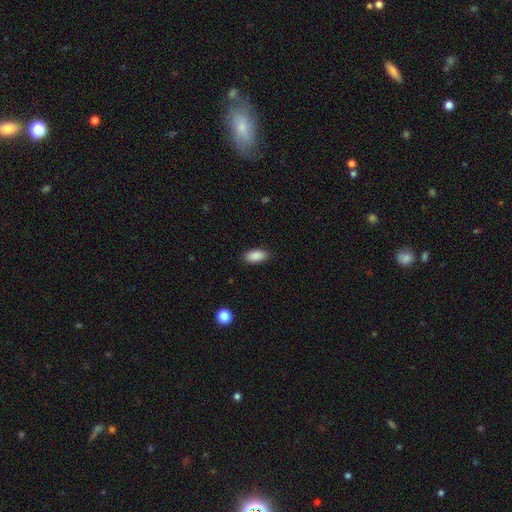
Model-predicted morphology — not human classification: This appears to be a smooth galaxy with no disk features (90%) that is in between round and cigar-shaped (91%). Merging: none (88%).